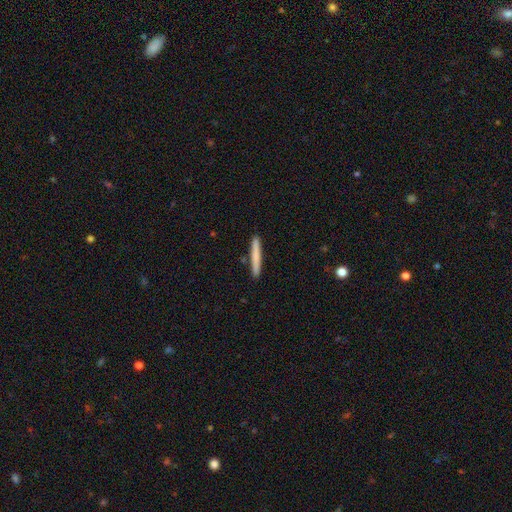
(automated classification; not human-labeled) A smooth galaxy with no disk features (74%) that is cigar-shaped (96%).

Vote fractions:
- Smooth or featured? smooth: 74% / featured or disk: 21% / star or artifact: 5%
- How rounded? cigar-shaped: 96% / in between: 2% / round: 1%
- Merging? none: 90% / minor disturbance: 6% / merger: 2% / major disturbance: 1%